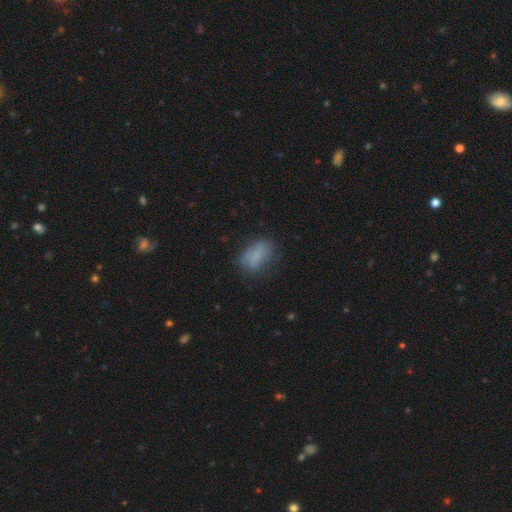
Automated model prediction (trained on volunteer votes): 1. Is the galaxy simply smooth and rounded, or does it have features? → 77% smooth, 13% featured or disk, 10% star or artifact.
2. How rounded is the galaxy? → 86% in between, 11% round, 3% cigar-shaped.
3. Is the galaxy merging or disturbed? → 60% none, 26% minor disturbance, 12% major disturbance, 2% merger.